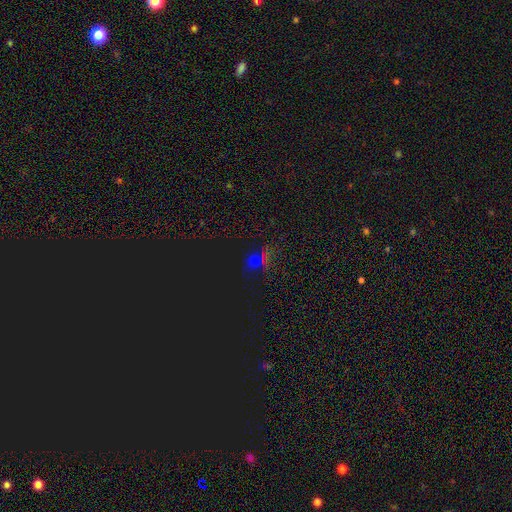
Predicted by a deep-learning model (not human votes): Q: Smooth or featured?
A: star or artifact (60%); runner-up: smooth (32%)